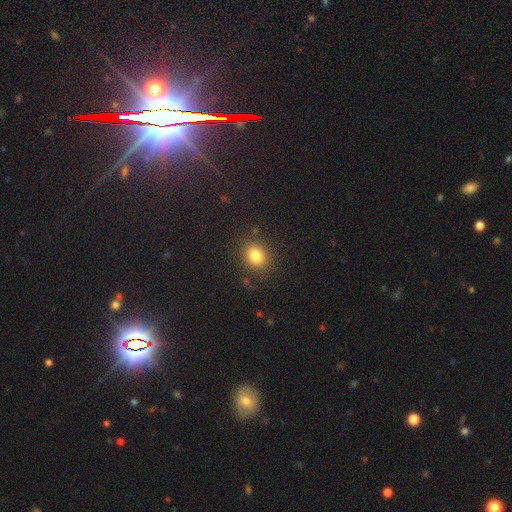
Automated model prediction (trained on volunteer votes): Smooth or featured: smooth — 82% (star or artifact — 12%)
How rounded: round — 55% (in between — 44%)
Merging: none — 83% (minor disturbance — 11%)